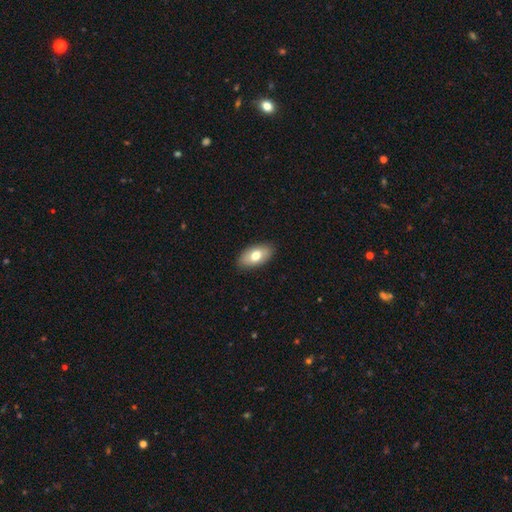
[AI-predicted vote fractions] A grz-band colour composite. It shows a smooth galaxy with no disk features (73%) that is in between round and cigar-shaped (93%). Merging: none (87%).